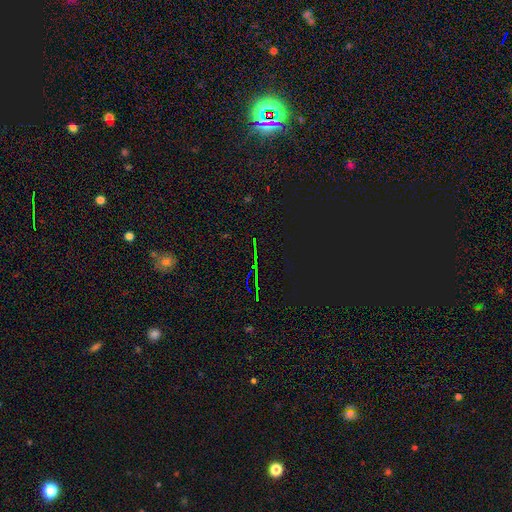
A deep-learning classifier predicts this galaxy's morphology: smooth_or_featured: star or artifact (p=0.81) [alt: smooth p=0.10]